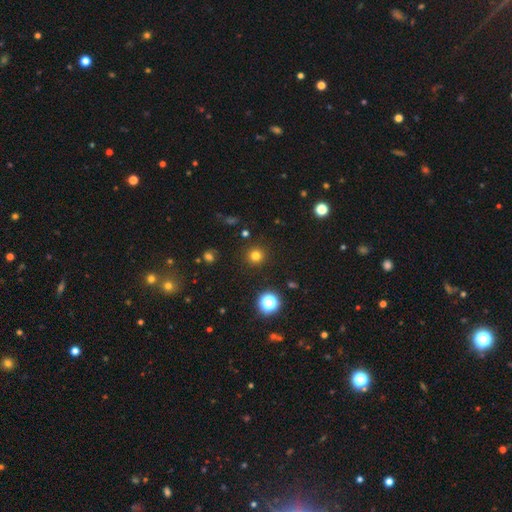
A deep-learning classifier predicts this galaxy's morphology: A smooth galaxy with no disk features (75%) that is round (95%). Merging: none (91%).